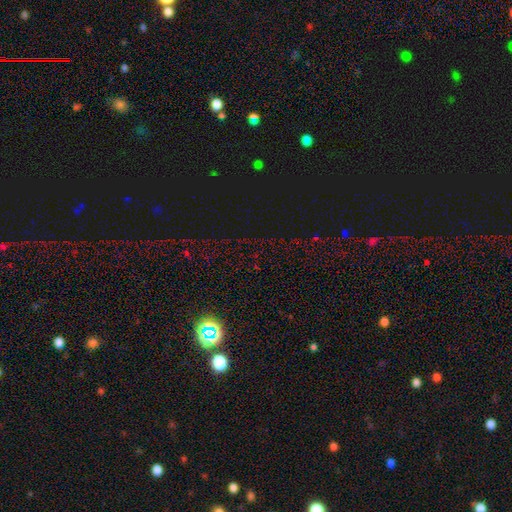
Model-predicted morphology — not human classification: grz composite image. It shows a star or artifact, not a galaxy (75%).